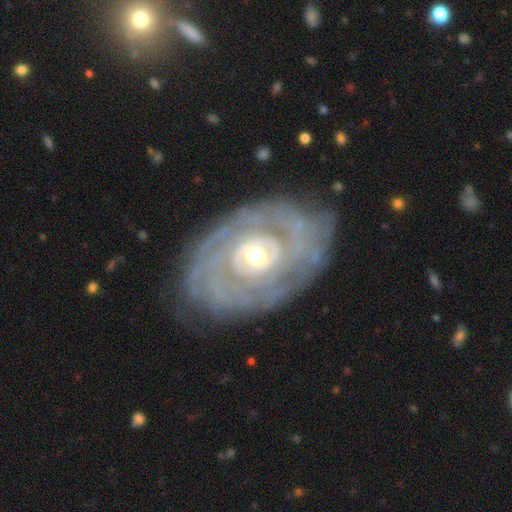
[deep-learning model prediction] This is clearly a featured or disk galaxy (87%). It is clearly not viewed edge-on (95%). Bar: likely no (75%). Spiral arm pattern: clearly yes (89%). Spiral arm count: marginally can't tell (36%). Spiral winding: clearly tight (80%). Central bulge: possibly moderate (57%). Merging: likely none (78%).